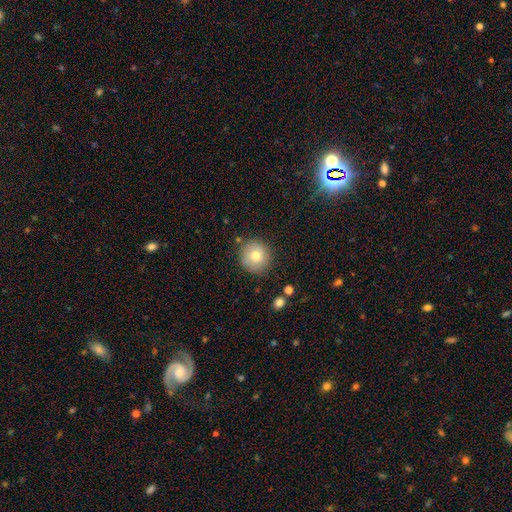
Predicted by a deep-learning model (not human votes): Smooth or featured: smooth — 76% (featured or disk — 14%)
How rounded: round — 94% (in between — 5%)
Merging: none — 85% (minor disturbance — 10%)